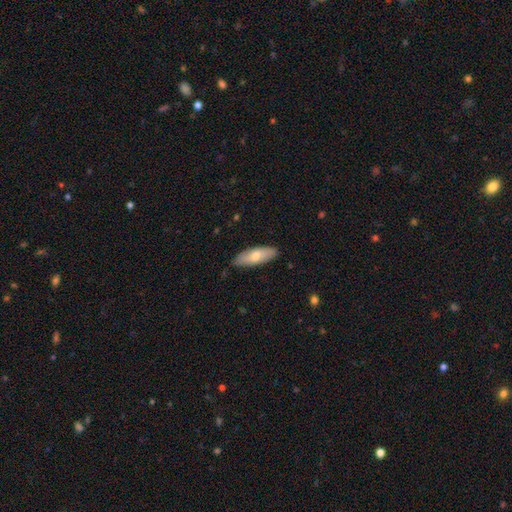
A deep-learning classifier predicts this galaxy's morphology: Smooth or featured: smooth — 69% (featured or disk — 26%)
How rounded: in between — 64% (cigar-shaped — 34%)
Merging: none — 82% (minor disturbance — 15%)